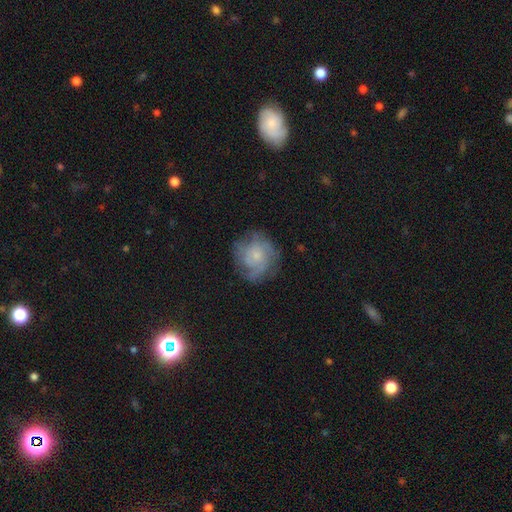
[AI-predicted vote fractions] Smooth or featured? featured or disk (57%)
Edge-on disk? no (98%)
Bar? no (81%)
Spiral arms? yes (78%)
Bulge size? small (62%)
Merging? none (68%)